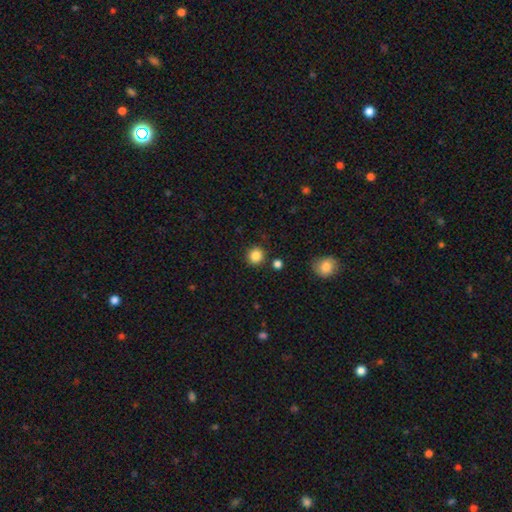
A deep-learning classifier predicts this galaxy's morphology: smooth-or-featured: smooth: 85% | star or artifact: 10% | featured or disk: 4%
  how-rounded: round: 90% | in between: 9% | cigar-shaped: 1%
  merging: none: 87% | minor disturbance: 7% | merger: 4% | major disturbance: 2%